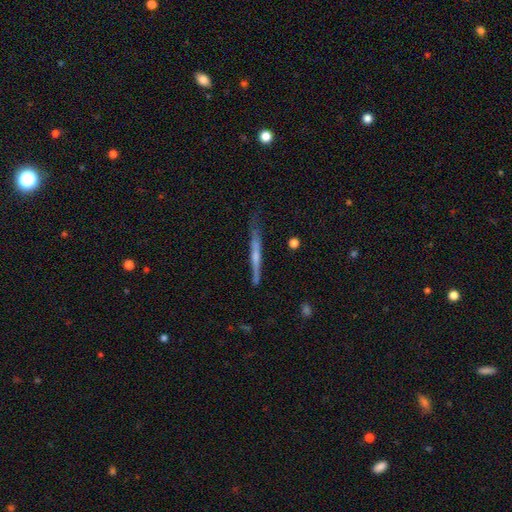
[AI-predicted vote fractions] A featured or disk galaxy (56%) viewed edge-on (95%) with no central bulge (51%).

Vote fractions:
- Smooth or featured? featured or disk: 56% / smooth: 38% / star or artifact: 7%
- Edge-on disk? yes: 95% / no: 5%
- Edge-on bulge? none: 51% / rounded: 39% / boxy: 10%
- Merging? none: 68% / minor disturbance: 24% / major disturbance: 5% / merger: 3%